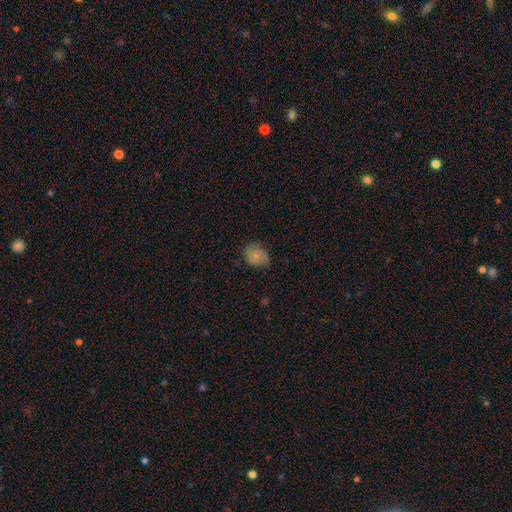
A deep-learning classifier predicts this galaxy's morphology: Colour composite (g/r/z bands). It shows a smooth galaxy with no disk features (78%) that is round (53%). Merging: none (66%).